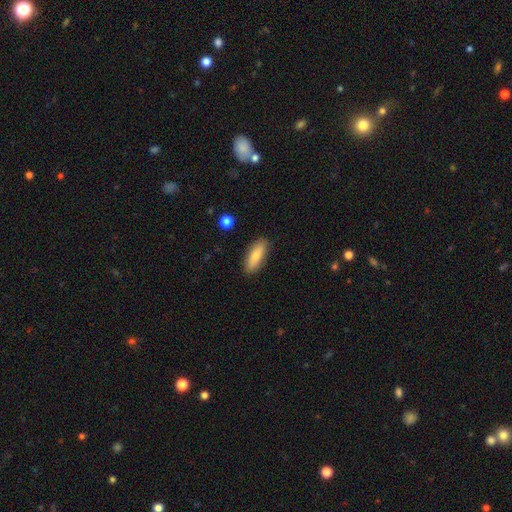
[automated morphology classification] type=smooth (79%); roundness=in between (65%); merging=none (87%).